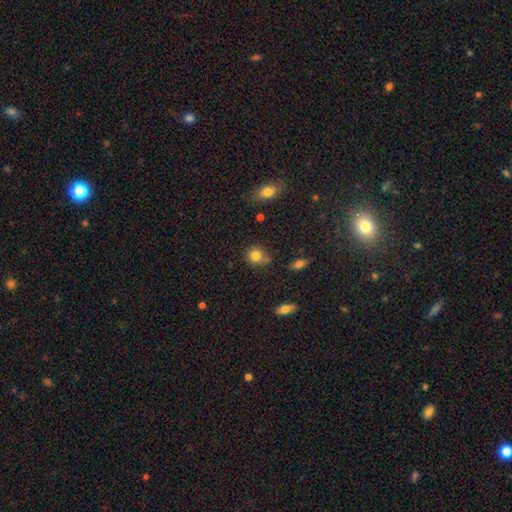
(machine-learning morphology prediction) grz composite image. It shows a smooth galaxy with no disk features (81%) that is round (82%). Merging: none (64%).